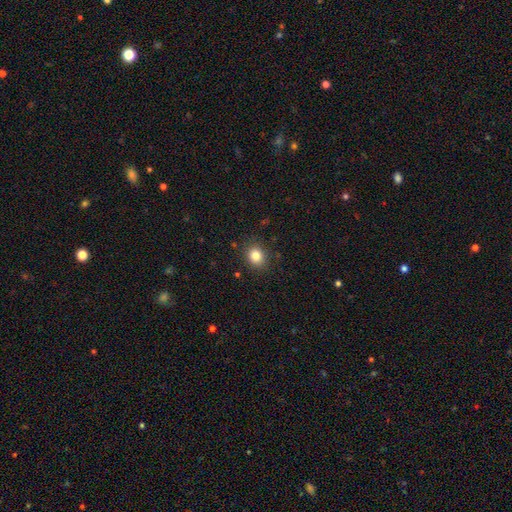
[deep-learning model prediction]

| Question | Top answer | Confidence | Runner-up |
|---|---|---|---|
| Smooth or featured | smooth | 83% | star or artifact (11%) |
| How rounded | round | 65% | in between (34%) |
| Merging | none | 87% | minor disturbance (9%) |